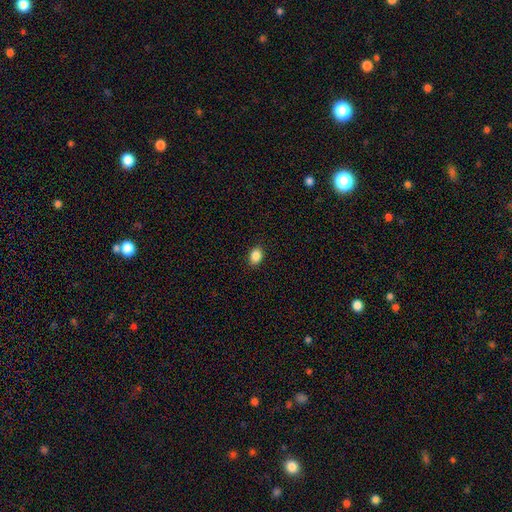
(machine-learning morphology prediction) Smooth or featured?
  - smooth: 87% *
  - star or artifact: 9%
  - featured or disk: 4%
How rounded?
  - in between: 70% *
  - round: 29%
  - cigar-shaped: 1%
Merging?
  - none: 89% *
  - minor disturbance: 8%
  - major disturbance: 2%
  - merger: 1%